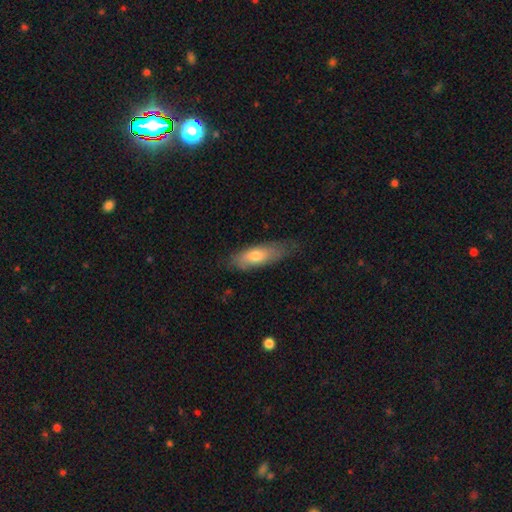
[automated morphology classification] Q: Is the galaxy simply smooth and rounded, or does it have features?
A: smooth — 70%.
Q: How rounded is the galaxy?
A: in between — 64%.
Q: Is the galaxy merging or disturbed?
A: none — 65%.